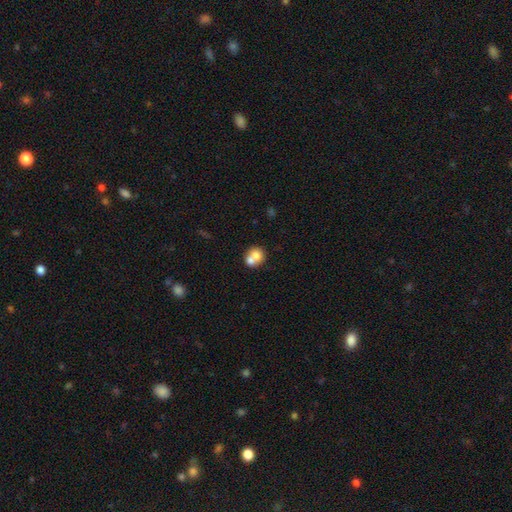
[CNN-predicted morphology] Q: Smooth or featured?
A: smooth (70%); runner-up: featured or disk (22%)
Q: How rounded?
A: round (75%); runner-up: in between (24%)
Q: Merging?
A: merger (62%); runner-up: none (29%)